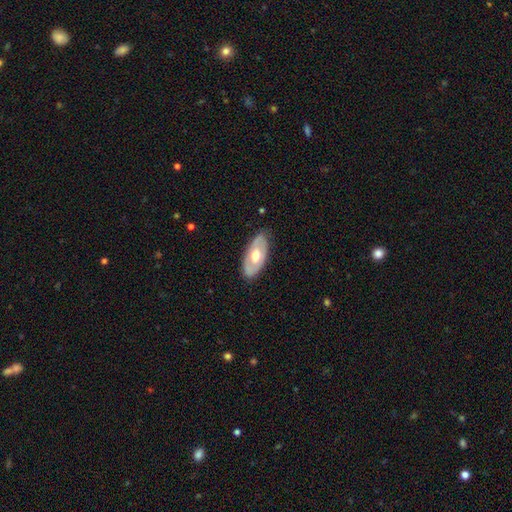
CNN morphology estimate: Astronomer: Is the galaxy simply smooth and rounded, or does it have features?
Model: featured or disk — 53% (runner-up: smooth, 43%).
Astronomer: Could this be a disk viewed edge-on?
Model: no — 83%.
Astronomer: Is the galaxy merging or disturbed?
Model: none — 81%.